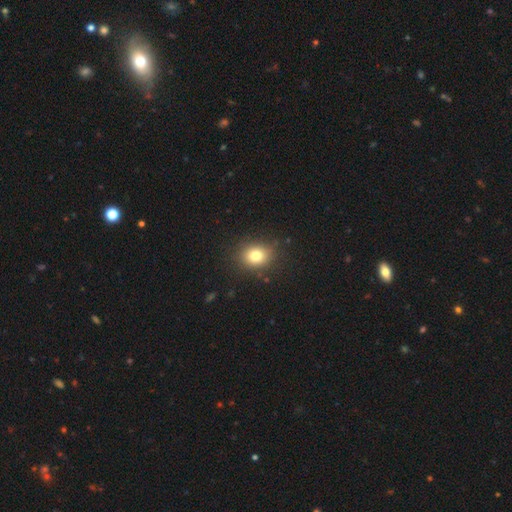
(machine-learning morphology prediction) Q: Smooth or featured?
A: smooth (78%); runner-up: star or artifact (13%)
Q: How rounded?
A: round (59%); runner-up: in between (40%)
Q: Merging?
A: none (83%); runner-up: minor disturbance (12%)